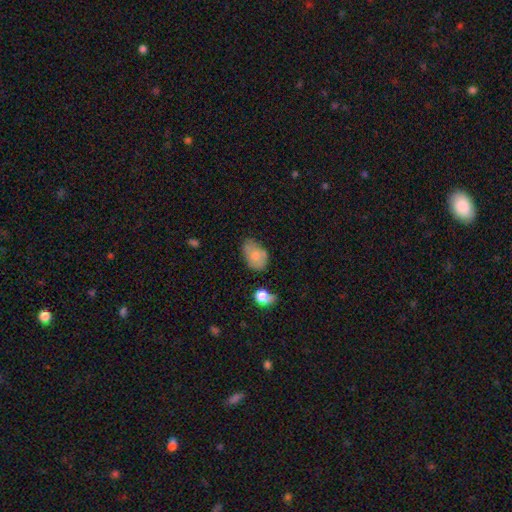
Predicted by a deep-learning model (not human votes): Overall: smooth (70%). How rounded: in between (83%). Merging: none (46%; minor disturbance 34%).